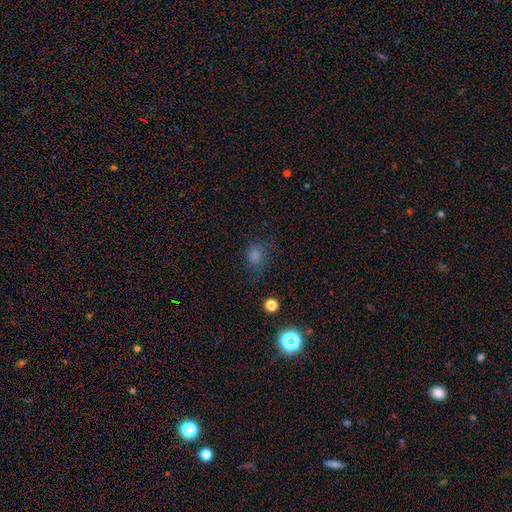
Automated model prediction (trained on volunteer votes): Smooth or featured: smooth — 74% (star or artifact — 19%)
How rounded: round — 69% (in between — 30%)
Merging: none — 72% (minor disturbance — 18%)